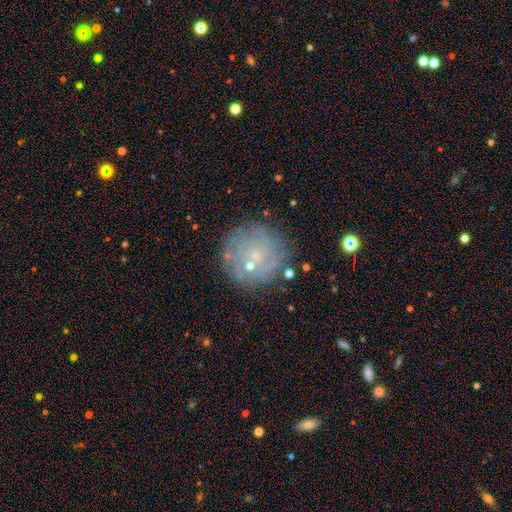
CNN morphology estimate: Q: Smooth or featured?
A: featured or disk (61%); runner-up: smooth (26%)
Q: Edge-on disk?
A: no (97%); runner-up: yes (3%)
Q: Bar?
A: no (78%); runner-up: weak (18%)
Q: Spiral arms?
A: yes (76%); runner-up: no (24%)
Q: Bulge size?
A: small (83%); runner-up: moderate (10%)
Q: Merging?
A: none (78%); runner-up: minor disturbance (13%)